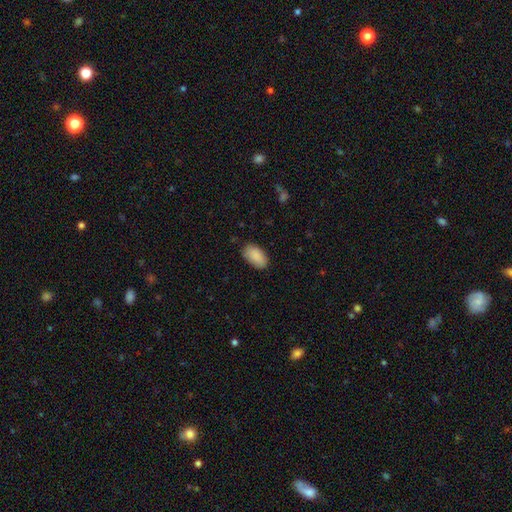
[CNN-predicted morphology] smooth_or_featured: smooth (p=0.90) [alt: star or artifact p=0.06]
how_rounded: in between (p=0.95) [alt: round p=0.04]
merging: none (p=0.82) [alt: minor disturbance p=0.14]